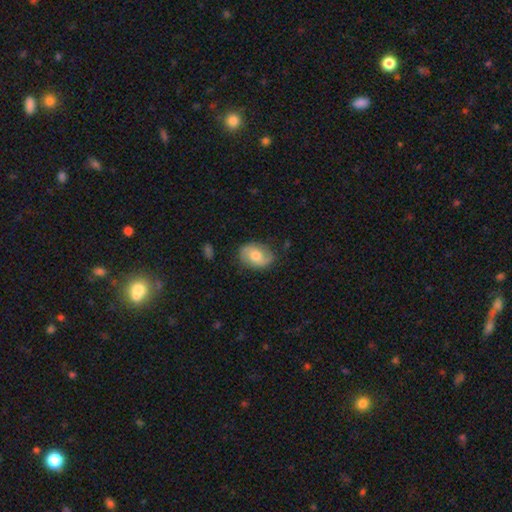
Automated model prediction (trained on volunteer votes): Morphology: type=smooth (47%); merging=none (76%).